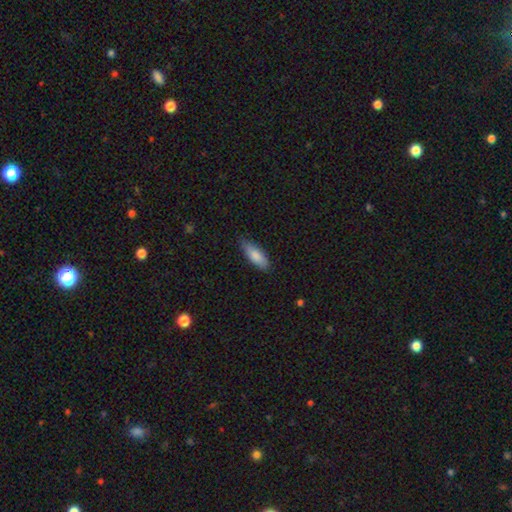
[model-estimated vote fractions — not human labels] Q: Smooth or featured?
A: smooth (84%); runner-up: featured or disk (11%)
Q: How rounded?
A: in between (64%); runner-up: cigar-shaped (34%)
Q: Merging?
A: none (79%); runner-up: minor disturbance (17%)